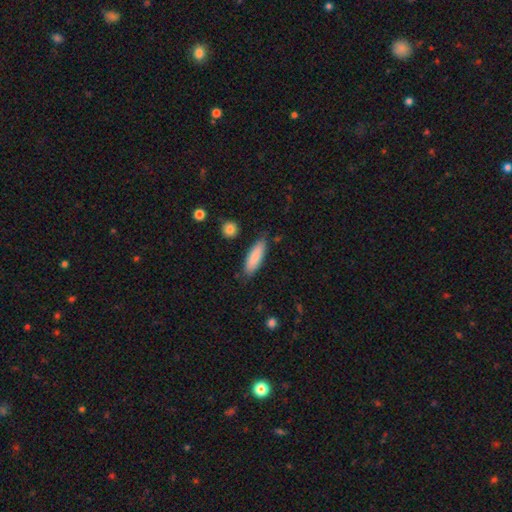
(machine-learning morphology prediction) Q: Smooth or featured?
A: smooth (85%); runner-up: featured or disk (9%)
Q: How rounded?
A: cigar-shaped (51%); runner-up: in between (47%)
Q: Merging?
A: none (82%); runner-up: minor disturbance (13%)